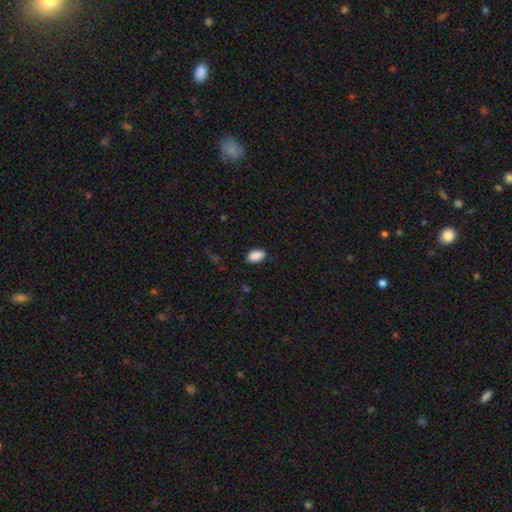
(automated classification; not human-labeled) A smooth galaxy with no disk features (89%) that is in between round and cigar-shaped (93%).

Vote fractions:
- Smooth or featured? smooth: 89% / star or artifact: 7% / featured or disk: 4%
- How rounded? in between: 93% / round: 4% / cigar-shaped: 3%
- Merging? none: 83% / minor disturbance: 13% / major disturbance: 3% / merger: 1%